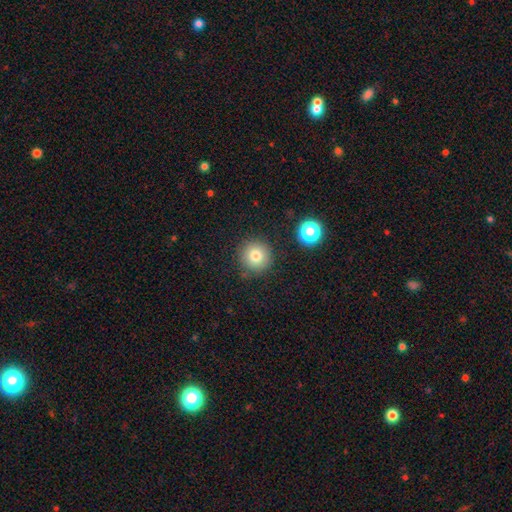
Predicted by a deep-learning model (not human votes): Q: Smooth or featured?
A: smooth (78%); runner-up: star or artifact (13%)
Q: How rounded?
A: round (95%); runner-up: in between (4%)
Q: Merging?
A: none (87%); runner-up: minor disturbance (7%)